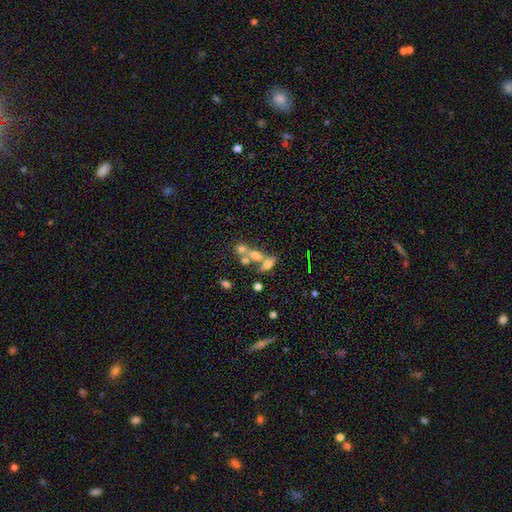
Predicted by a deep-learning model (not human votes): Q: Smooth or featured?
A: smooth (51%); runner-up: featured or disk (32%)
Q: How rounded?
A: in between (49%); runner-up: round (37%)
Q: Merging?
A: merger (54%); runner-up: none (30%)